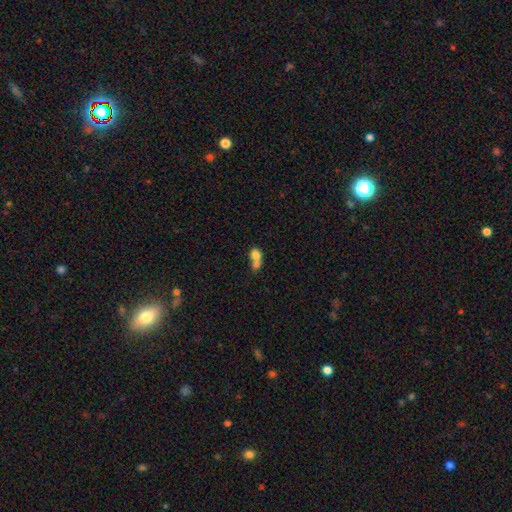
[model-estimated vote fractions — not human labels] Q: Smooth or featured?
A: smooth (73%); runner-up: featured or disk (17%)
Q: How rounded?
A: in between (50%); runner-up: round (46%)
Q: Merging?
A: merger (68%); runner-up: none (17%)